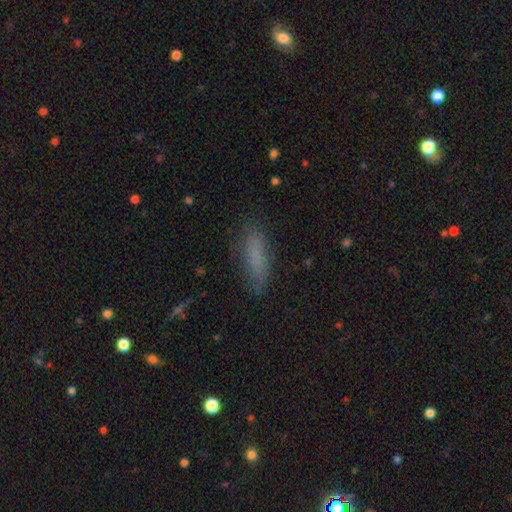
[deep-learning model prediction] Smooth or featured?
  - smooth: 77% *
  - featured or disk: 14%
  - star or artifact: 10%
How rounded?
  - cigar-shaped: 60% *
  - in between: 38%
  - round: 2%
Merging?
  - none: 80% *
  - minor disturbance: 14%
  - major disturbance: 4%
  - merger: 1%